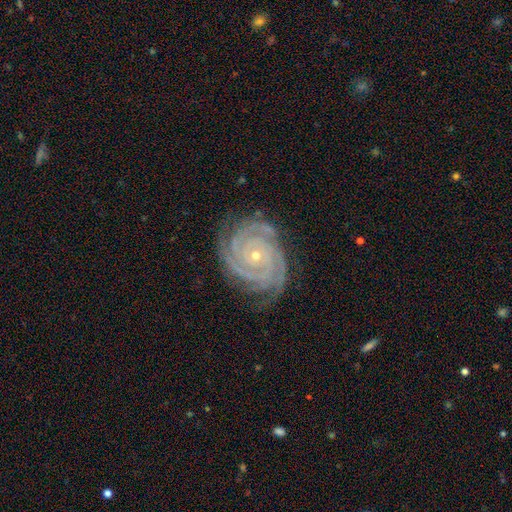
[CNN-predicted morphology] Overall: featured or disk (93%). Edge-on disk: no (98%). Bar: no (76%). Spiral arms: yes (99%). Spiral arm count: 4 (29%, tied with 3). Spiral winding: tight (88%). Bulge size: small (78%). Merging: none (81%).